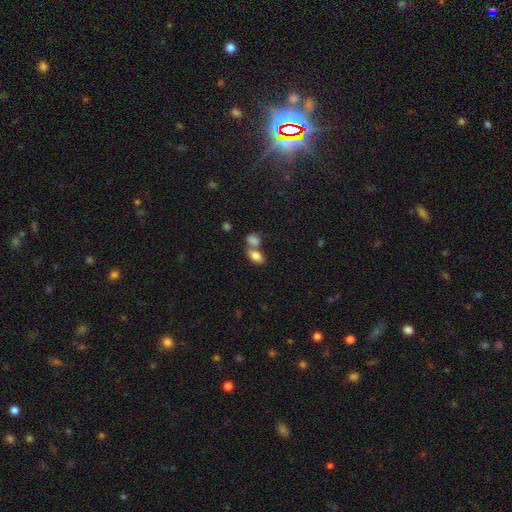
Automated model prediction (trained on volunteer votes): smooth_or_featured: smooth (p=0.80) [alt: featured or disk p=0.11]
how_rounded: in between (p=0.86) [alt: round p=0.11]
merging: merger (p=0.50) [alt: none p=0.36]